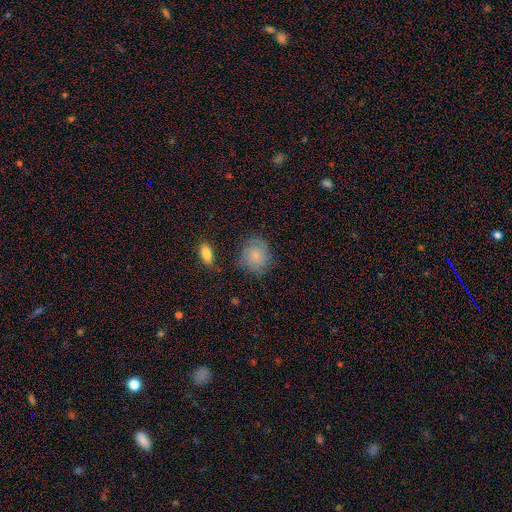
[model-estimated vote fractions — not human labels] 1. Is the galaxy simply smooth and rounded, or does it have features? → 72% smooth, 20% featured or disk, 8% star or artifact.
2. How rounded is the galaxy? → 80% round, 19% in between, 1% cigar-shaped.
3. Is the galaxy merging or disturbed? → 71% none, 20% minor disturbance, 7% major disturbance, 3% merger.